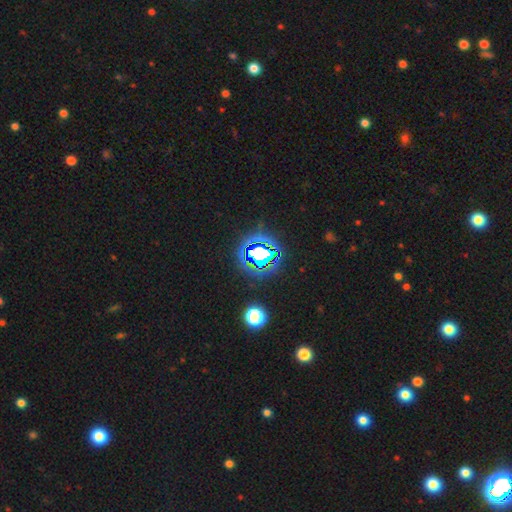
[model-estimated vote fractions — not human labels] Smooth or featured: star or artifact — 77% (smooth — 16%)